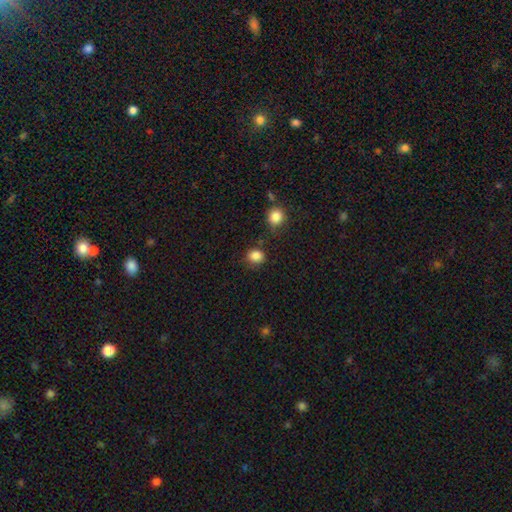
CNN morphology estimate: A smooth galaxy with no disk features (85%) that is round (63%).

Vote fractions:
- Smooth or featured? smooth: 85% / star or artifact: 11% / featured or disk: 4%
- How rounded? round: 63% / in between: 36% / cigar-shaped: 1%
- Merging? none: 78% / minor disturbance: 13% / merger: 4% / major disturbance: 4%